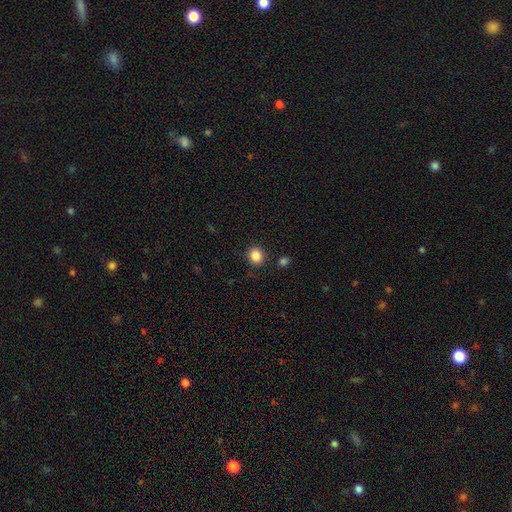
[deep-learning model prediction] This is clearly a smooth galaxy (86%). How rounded: likely round (75%). Merging: clearly none (86%).